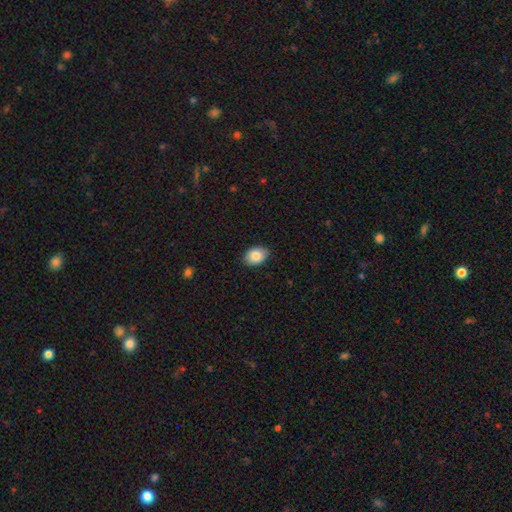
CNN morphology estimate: Q: Smooth or featured?
A: smooth (86%); runner-up: star or artifact (7%)
Q: How rounded?
A: in between (78%); runner-up: round (21%)
Q: Merging?
A: none (85%); runner-up: minor disturbance (12%)